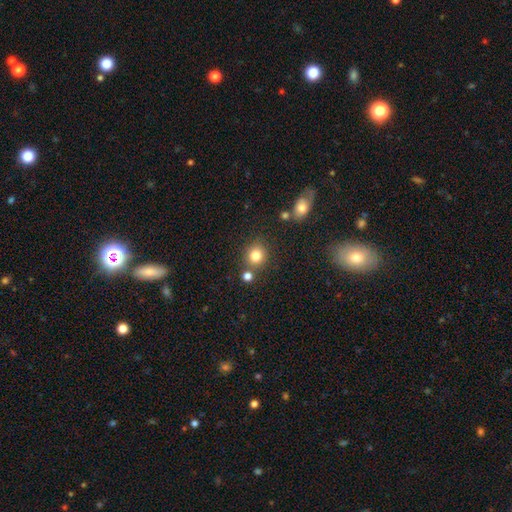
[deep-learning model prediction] smooth 81%, star or artifact 12%, featured or disk 7%. Down the decision tree: how rounded — round (84%); merging — none (77%).